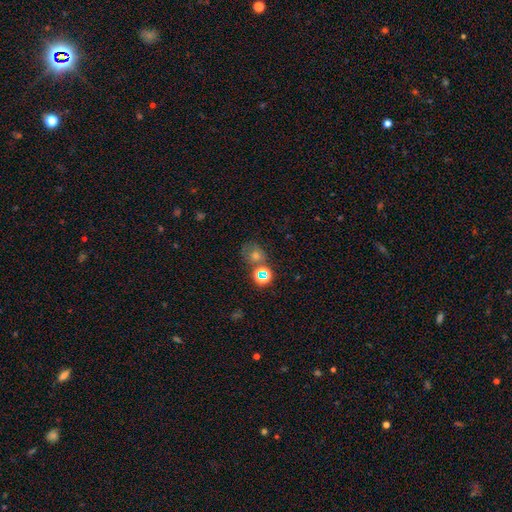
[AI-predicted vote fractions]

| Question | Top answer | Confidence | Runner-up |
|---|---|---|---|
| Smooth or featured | smooth | 49% | star or artifact (36%) |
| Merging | none | 56% | merger (22%) |